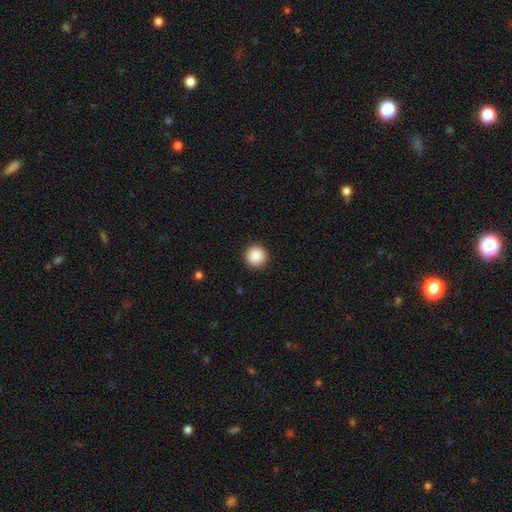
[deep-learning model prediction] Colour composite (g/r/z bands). It shows a smooth galaxy with no disk features (89%) that is round (96%). Merging: none (93%).